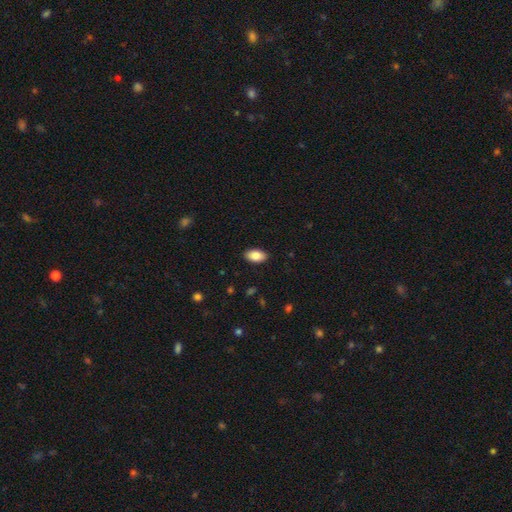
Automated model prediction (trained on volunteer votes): smooth 87%, star or artifact 7%, featured or disk 6%. Down the decision tree: how rounded — in between (94%); merging — none (89%).